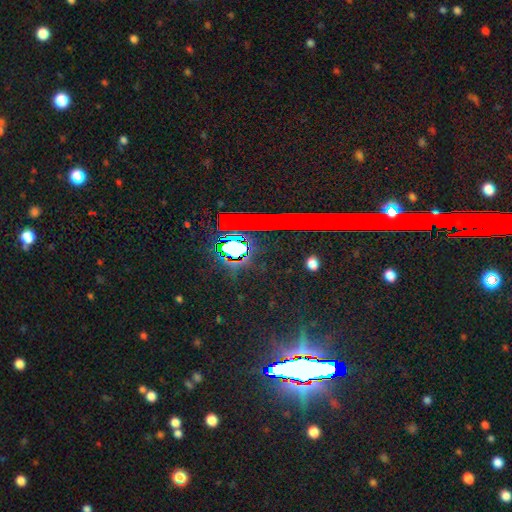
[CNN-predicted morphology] Smooth or featured? star or artifact (83%)